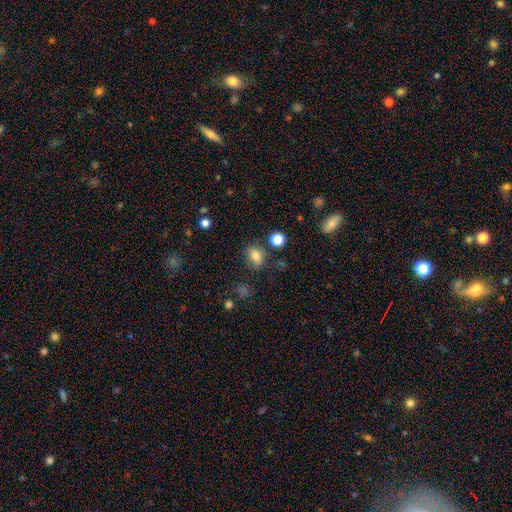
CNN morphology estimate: Smooth or featured? smooth (80%)
How rounded? in between (64%)
Merging? none (75%)